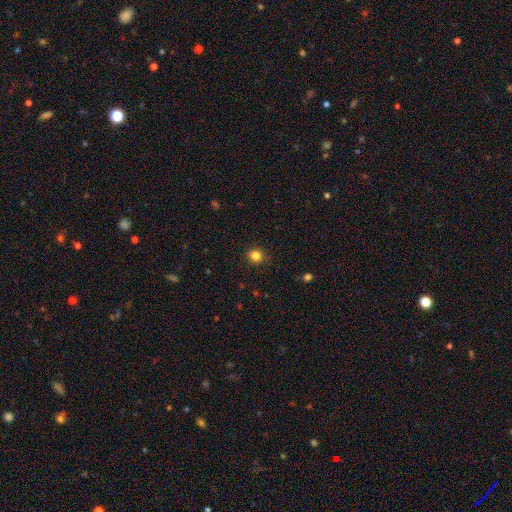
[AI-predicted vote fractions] This appears to be a smooth galaxy with no disk features (83%) that is round (87%). Merging: none (90%).